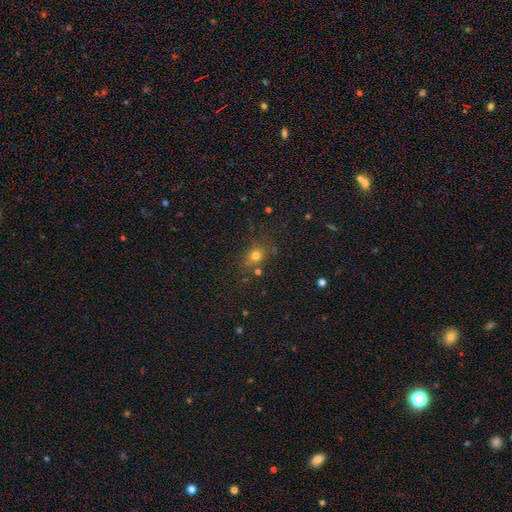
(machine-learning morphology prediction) Smooth or featured?
  - smooth: 72% *
  - star or artifact: 19%
  - featured or disk: 9%
How rounded?
  - round: 62% *
  - in between: 36%
  - cigar-shaped: 2%
Merging?
  - none: 73% *
  - minor disturbance: 15%
  - merger: 7%
  - major disturbance: 5%